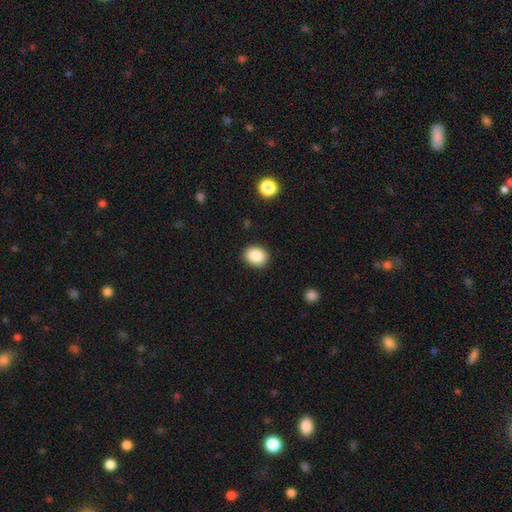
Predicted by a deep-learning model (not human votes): This appears to be a smooth galaxy with no disk features (87%) that is round (54%). Merging: none (89%).